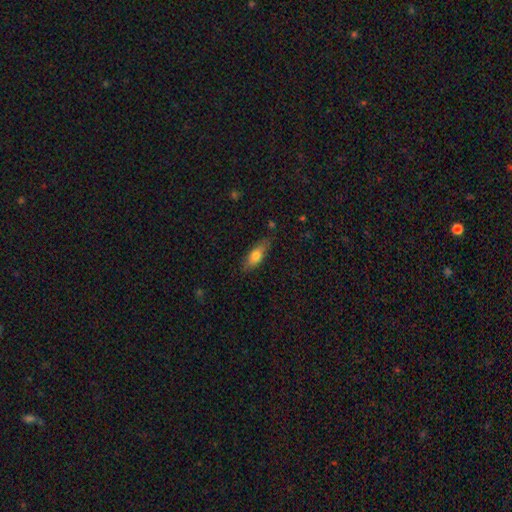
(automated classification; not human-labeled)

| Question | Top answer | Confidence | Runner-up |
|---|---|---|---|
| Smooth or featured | smooth | 71% | featured or disk (22%) |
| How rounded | in between | 69% | cigar-shaped (28%) |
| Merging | none | 77% | minor disturbance (18%) |